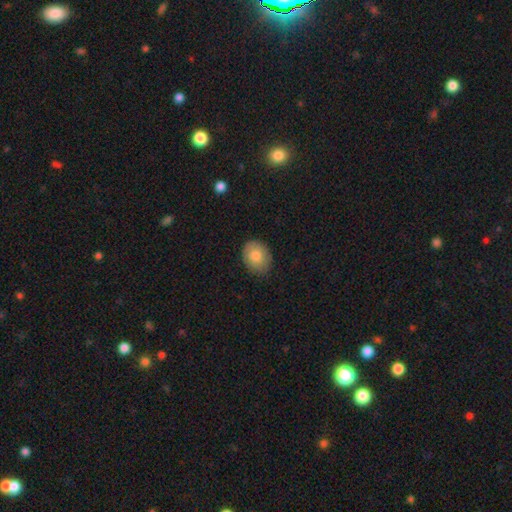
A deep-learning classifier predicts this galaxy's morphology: smooth 82%, featured or disk 11%, star or artifact 7%. Down the decision tree: how rounded — in between (57%); merging — none (85%).